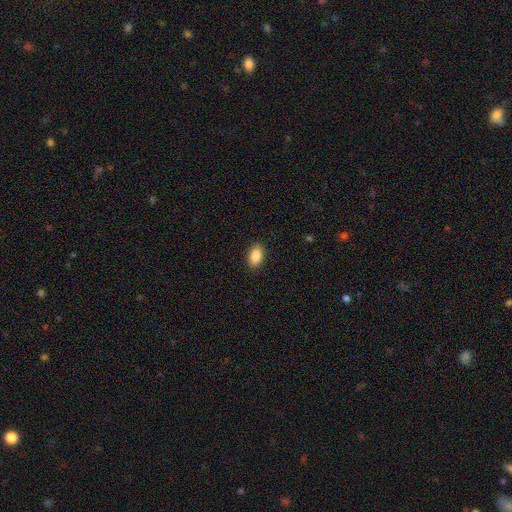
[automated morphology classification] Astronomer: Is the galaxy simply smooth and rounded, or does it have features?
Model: smooth — 88%.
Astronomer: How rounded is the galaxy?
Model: in between — 91%.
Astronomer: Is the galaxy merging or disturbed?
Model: none — 89%.